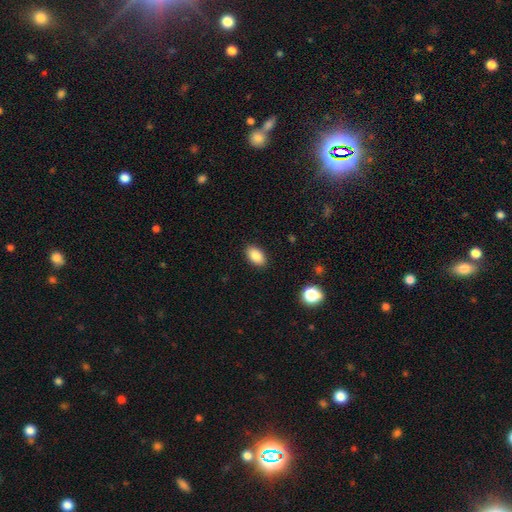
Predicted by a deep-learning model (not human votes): A smooth galaxy with no disk features (86%) that is in between round and cigar-shaped (91%).

Vote fractions:
- Smooth or featured? smooth: 86% / star or artifact: 8% / featured or disk: 6%
- How rounded? in between: 91% / round: 7% / cigar-shaped: 2%
- Merging? none: 89% / minor disturbance: 8% / major disturbance: 2% / merger: 1%